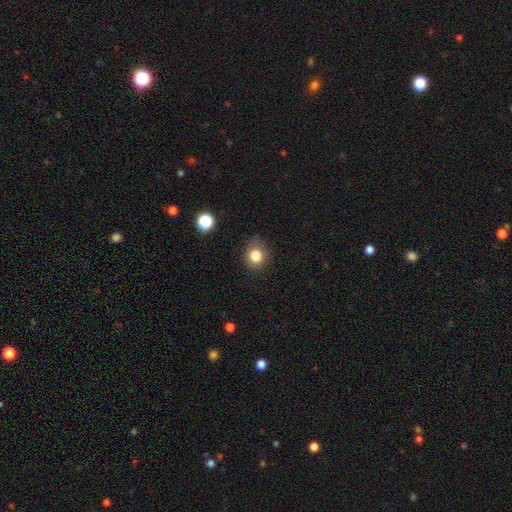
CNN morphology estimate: Smooth or featured: smooth — 82% (star or artifact — 12%)
How rounded: round — 81% (in between — 18%)
Merging: none — 83% (minor disturbance — 13%)